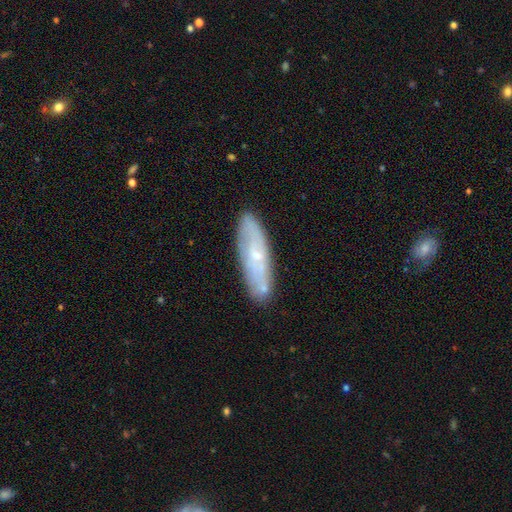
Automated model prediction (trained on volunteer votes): Smooth or featured? featured or disk (55%)
Edge-on disk? no (72%)
Merging? none (77%)